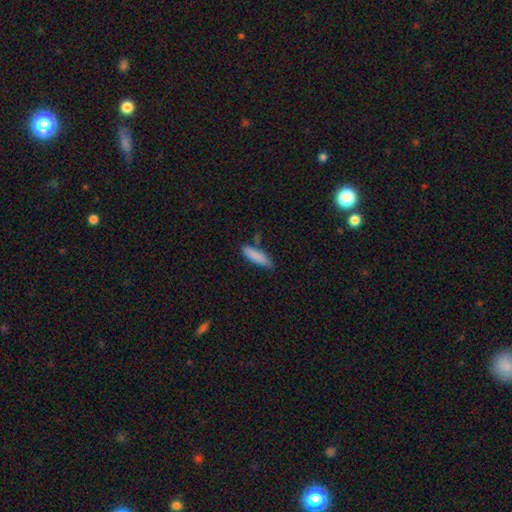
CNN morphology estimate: This appears to be a smooth galaxy with no disk features (85%) that is cigar-shaped (67%). Merging: none (60%).